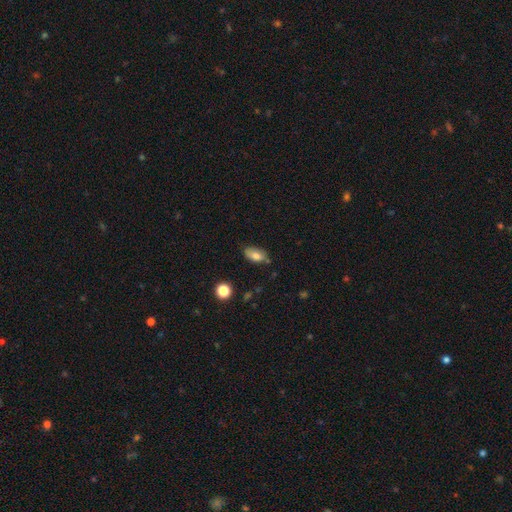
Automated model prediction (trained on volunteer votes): smooth_or_featured: smooth (p=0.80) [alt: featured or disk p=0.12]
how_rounded: in between (p=0.90) [alt: cigar-shaped p=0.05]
merging: none (p=0.72) [alt: minor disturbance p=0.21]